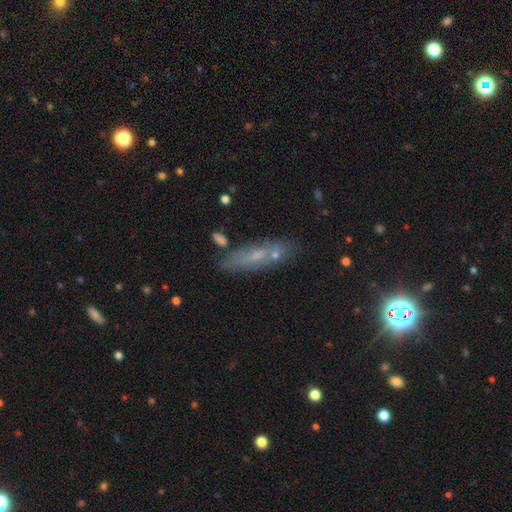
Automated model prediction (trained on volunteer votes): Smooth or featured: smooth — 49% (featured or disk — 36%)
Merging: none — 71% (minor disturbance — 16%)